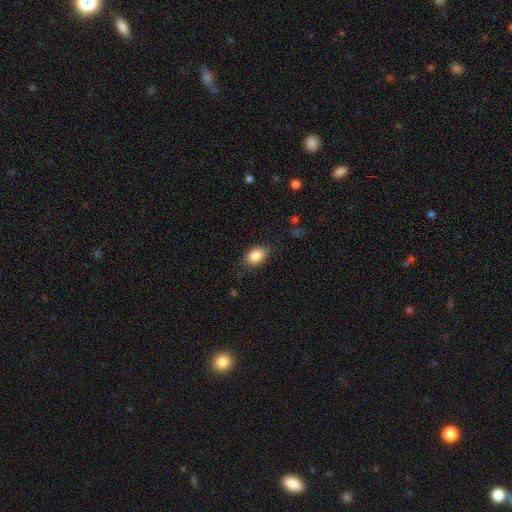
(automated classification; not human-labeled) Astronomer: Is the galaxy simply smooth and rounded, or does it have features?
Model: smooth — 87%.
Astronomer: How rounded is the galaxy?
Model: in between — 85%.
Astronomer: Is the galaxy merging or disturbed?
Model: none — 80%.